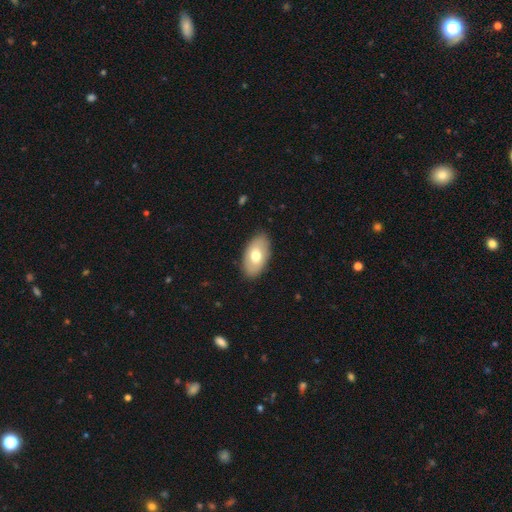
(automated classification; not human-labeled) This is likely a smooth galaxy (67%). How rounded: clearly in between (94%). Merging: clearly none (85%).